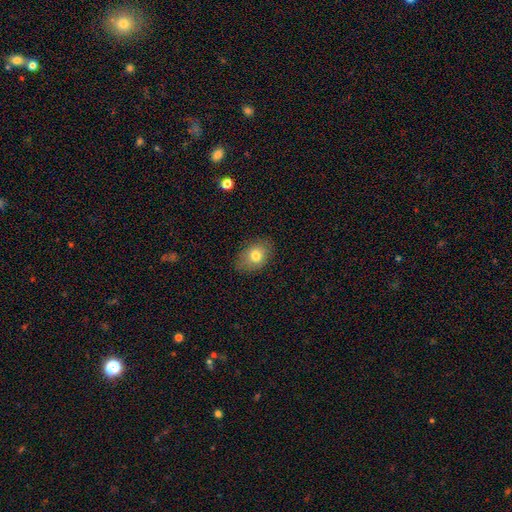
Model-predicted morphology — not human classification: type=smooth (78%); roundness=in between (74%); merging=none (82%).